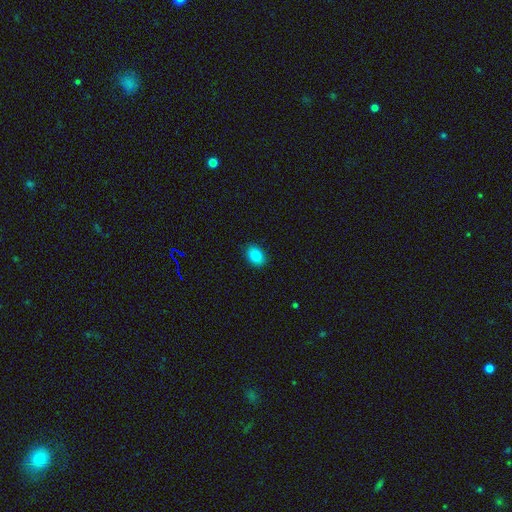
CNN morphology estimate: smooth 83%, star or artifact 10%, featured or disk 7%. Down the decision tree: how rounded — in between (71%); merging — none (89%).